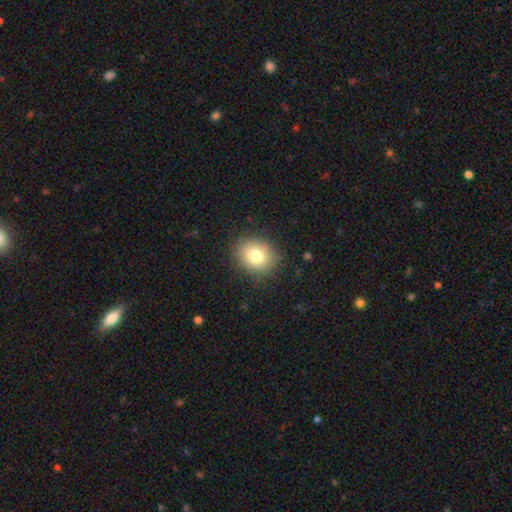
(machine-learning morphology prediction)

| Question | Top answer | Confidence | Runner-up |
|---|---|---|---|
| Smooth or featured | smooth | 78% | star or artifact (11%) |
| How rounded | round | 64% | in between (35%) |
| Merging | none | 86% | minor disturbance (9%) |